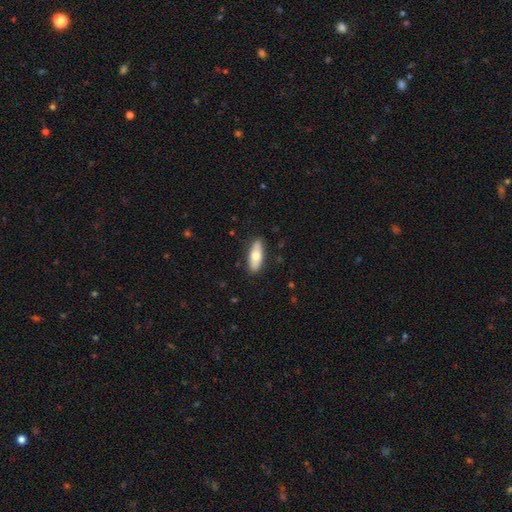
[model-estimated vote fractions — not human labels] A smooth galaxy with no disk features (66%) that is in between round and cigar-shaped (65%). Merging: none (87%).